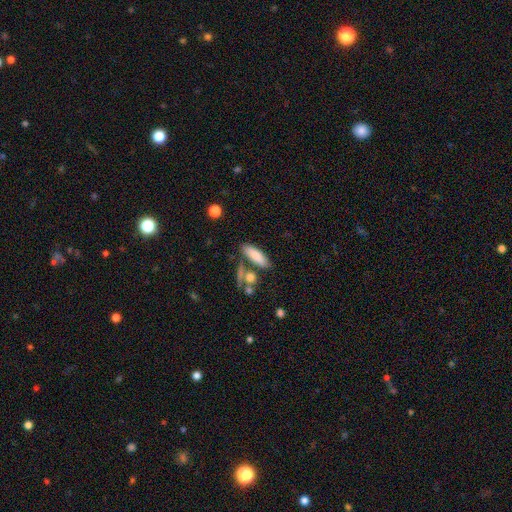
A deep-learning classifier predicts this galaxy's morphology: Smooth or featured?
  - smooth: 79% *
  - featured or disk: 14%
  - star or artifact: 7%
How rounded?
  - in between: 54% *
  - cigar-shaped: 43%
  - round: 3%
Merging?
  - none: 64% *
  - merger: 19%
  - minor disturbance: 13%
  - major disturbance: 5%